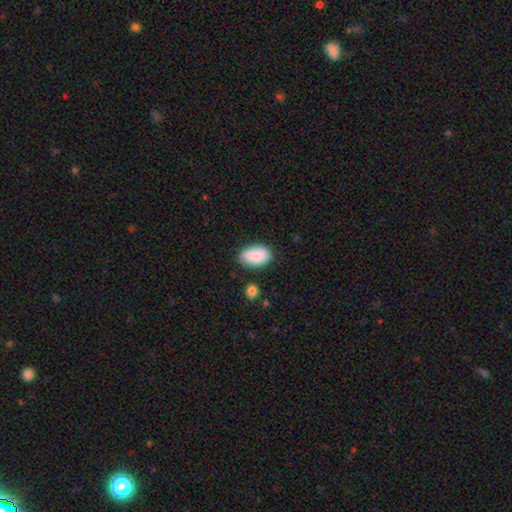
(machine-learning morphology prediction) type=smooth (81%); roundness=in between (90%); merging=none (73%).